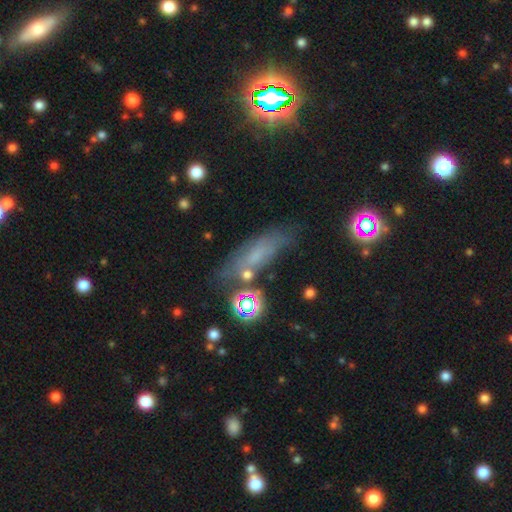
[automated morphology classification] smooth_or_featured: smooth (p=0.49) [alt: featured or disk p=0.29]
merging: none (p=0.64) [alt: minor disturbance p=0.21]